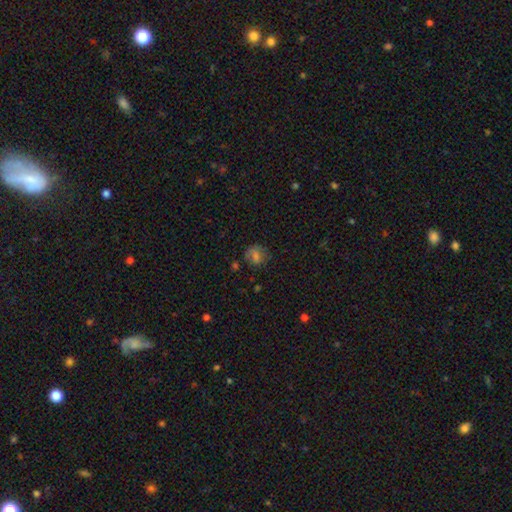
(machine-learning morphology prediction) A smooth galaxy with no disk features (60%) that is round (69%). Merging: none (68%).